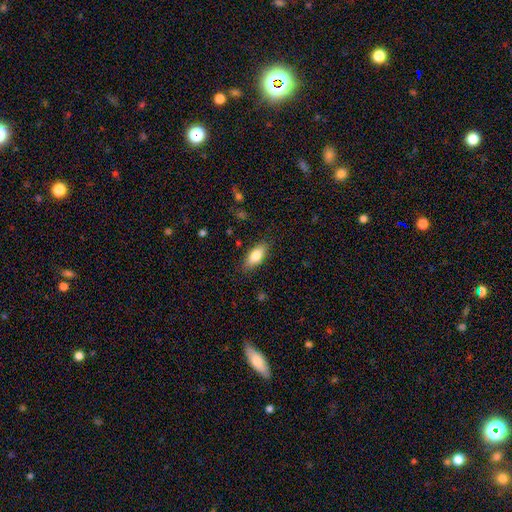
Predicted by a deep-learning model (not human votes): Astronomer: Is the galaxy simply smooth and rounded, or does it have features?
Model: smooth — 81%.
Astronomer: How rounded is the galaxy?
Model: in between — 83%.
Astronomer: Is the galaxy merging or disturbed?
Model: none — 85%.